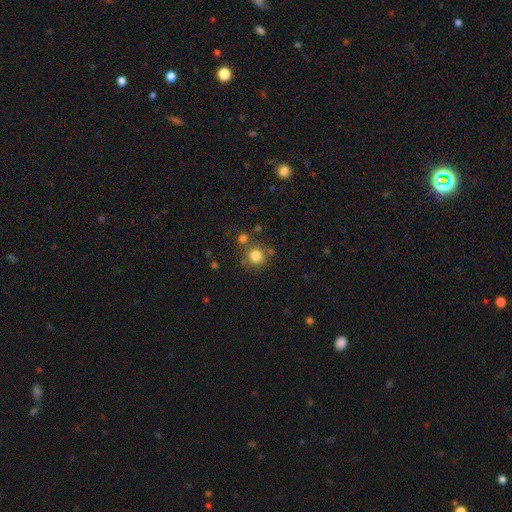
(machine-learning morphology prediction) Smooth or featured?
  - smooth: 81% *
  - star or artifact: 12%
  - featured or disk: 6%
How rounded?
  - round: 91% *
  - in between: 8%
  - cigar-shaped: 1%
Merging?
  - none: 74% *
  - merger: 13%
  - minor disturbance: 10%
  - major disturbance: 4%